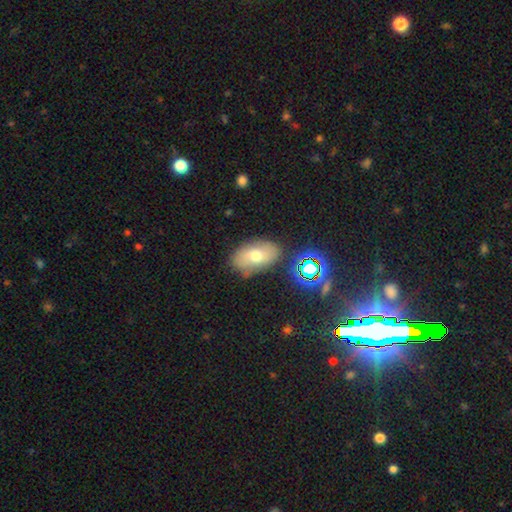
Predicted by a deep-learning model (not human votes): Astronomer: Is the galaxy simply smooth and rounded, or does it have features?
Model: smooth — 60%.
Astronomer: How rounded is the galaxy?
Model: in between — 88%.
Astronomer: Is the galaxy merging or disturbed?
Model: none — 76%.